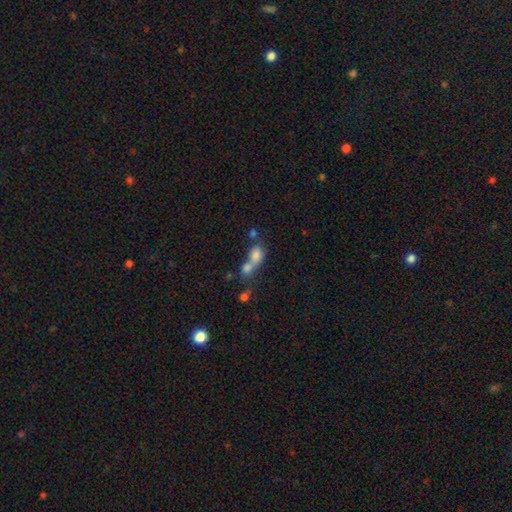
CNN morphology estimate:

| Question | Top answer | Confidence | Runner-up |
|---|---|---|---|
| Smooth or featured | smooth | 77% | featured or disk (13%) |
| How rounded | in between | 59% | round (38%) |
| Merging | merger | 70% | none (19%) |